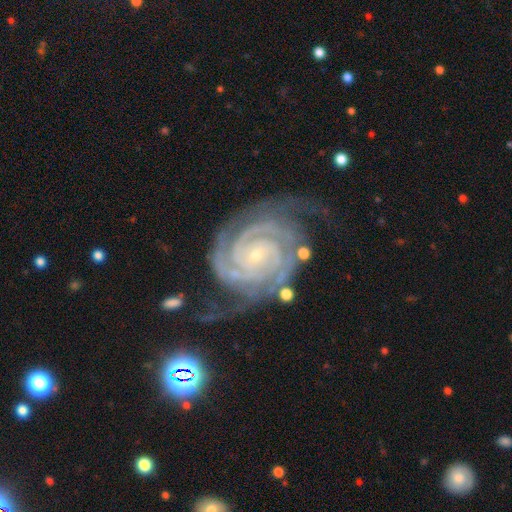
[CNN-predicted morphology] Smooth or featured: featured or disk — 93% (star or artifact — 4%)
Edge-on disk: no — 98% (yes — 2%)
Bar: no — 71% (weak — 19%)
Spiral arms: yes — 99% (no — 1%)
Spiral winding: tight — 82% (medium — 16%)
Spiral arm count: 2 — 35% (3 — 26%)
Bulge size: small — 86% (moderate — 11%)
Merging: none — 60% (minor disturbance — 24%)